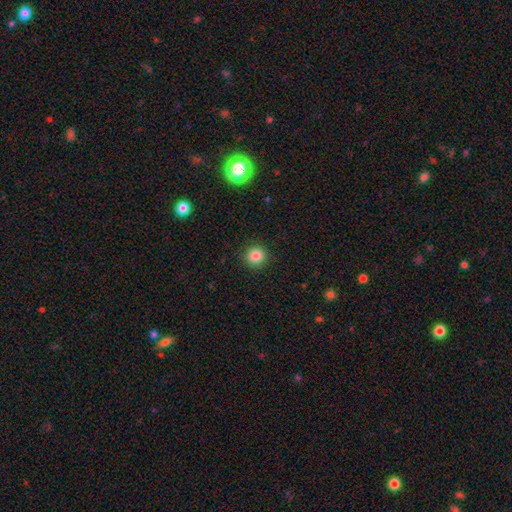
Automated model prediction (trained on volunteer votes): Smooth or featured? Predicted: smooth (p=0.85). How rounded? Predicted: round (p=0.93). Merging? Predicted: none (p=0.92).